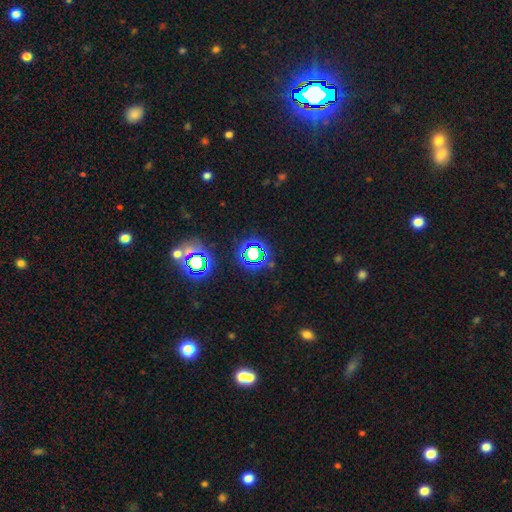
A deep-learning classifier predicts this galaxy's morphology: smooth_or_featured: star or artifact (p=0.66) [alt: smooth p=0.24]